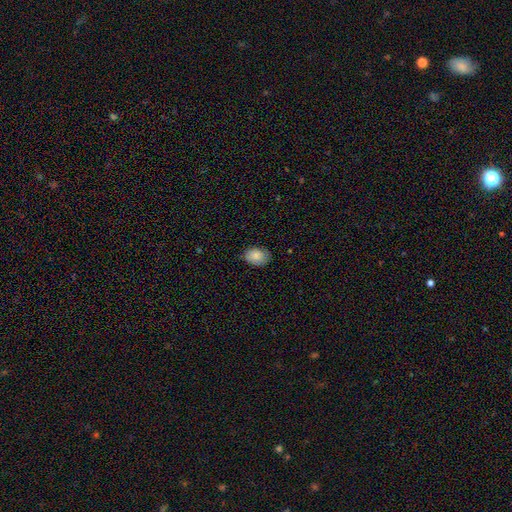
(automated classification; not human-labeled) Smooth or featured: smooth — 84% (featured or disk — 9%)
How rounded: in between — 82% (round — 17%)
Merging: none — 76% (minor disturbance — 19%)